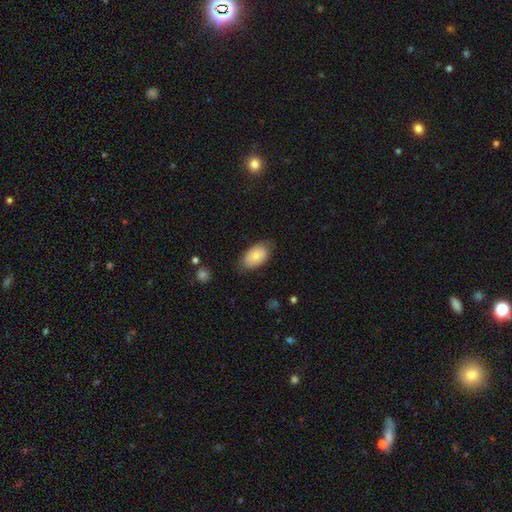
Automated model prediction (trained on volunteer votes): A smooth galaxy with no disk features (77%) that is in between round and cigar-shaped (93%).

Vote fractions:
- Smooth or featured? smooth: 77% / featured or disk: 17% / star or artifact: 6%
- How rounded? in between: 93% / round: 6% / cigar-shaped: 1%
- Merging? none: 72% / minor disturbance: 21% / major disturbance: 5% / merger: 1%